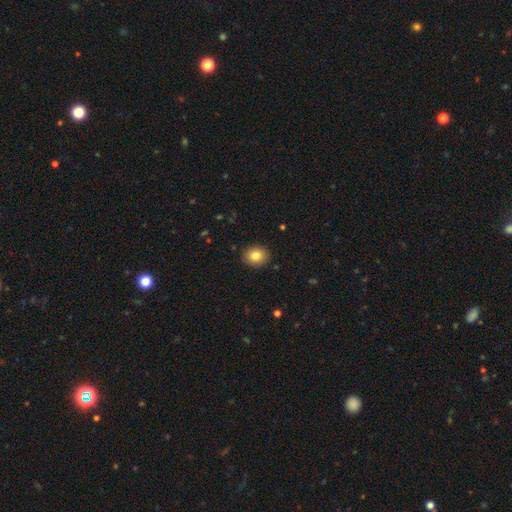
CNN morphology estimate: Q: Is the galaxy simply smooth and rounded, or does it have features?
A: smooth — 82%.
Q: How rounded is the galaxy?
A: round — 64%.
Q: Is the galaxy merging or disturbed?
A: none — 91%.